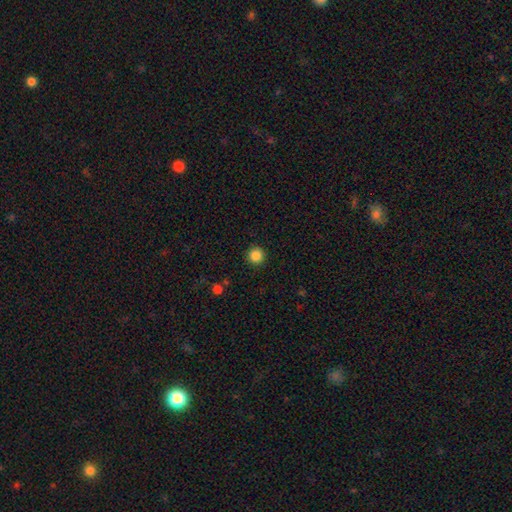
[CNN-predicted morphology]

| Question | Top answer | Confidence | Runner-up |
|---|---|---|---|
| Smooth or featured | smooth | 86% | star or artifact (11%) |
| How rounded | round | 96% | in between (3%) |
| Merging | none | 92% | minor disturbance (5%) |